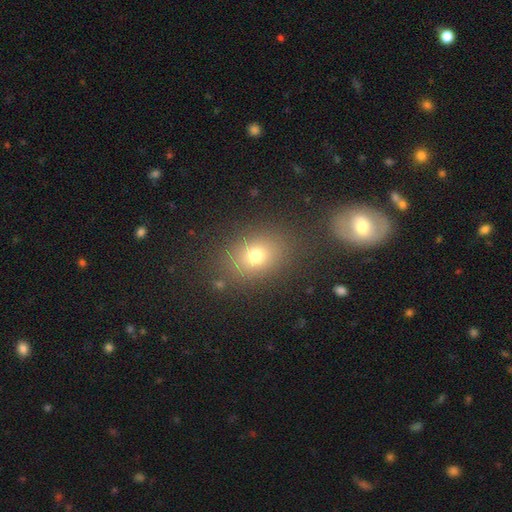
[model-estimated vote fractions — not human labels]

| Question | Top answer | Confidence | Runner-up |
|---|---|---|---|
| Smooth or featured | smooth | 73% | star or artifact (15%) |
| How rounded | in between | 58% | round (40%) |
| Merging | none | 79% | minor disturbance (11%) |